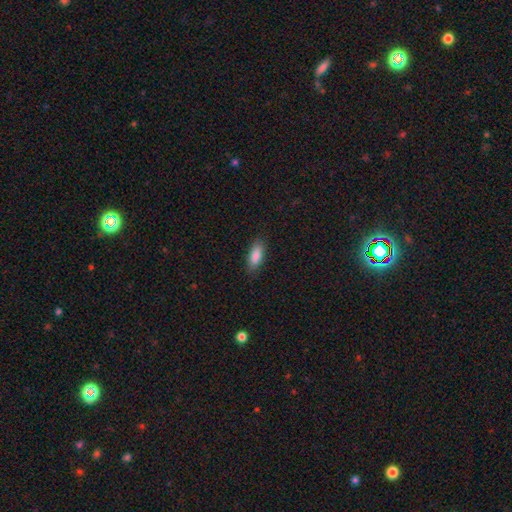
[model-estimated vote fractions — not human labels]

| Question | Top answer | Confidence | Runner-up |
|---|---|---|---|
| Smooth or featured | smooth | 86% | featured or disk (7%) |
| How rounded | in between | 76% | cigar-shaped (22%) |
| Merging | none | 85% | minor disturbance (12%) |